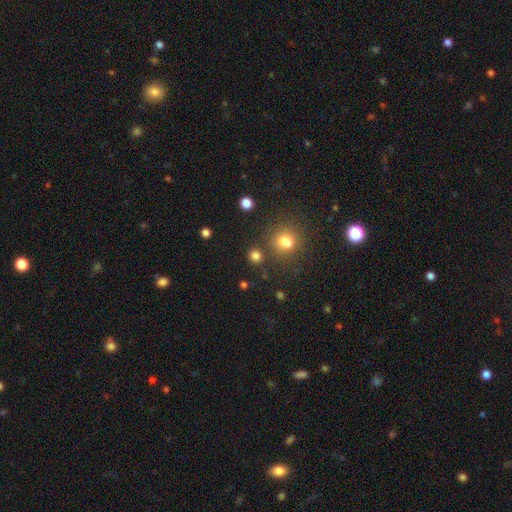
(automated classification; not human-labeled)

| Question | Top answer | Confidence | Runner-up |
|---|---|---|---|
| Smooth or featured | smooth | 79% | star or artifact (16%) |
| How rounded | round | 86% | in between (13%) |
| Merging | none | 80% | merger (9%) |